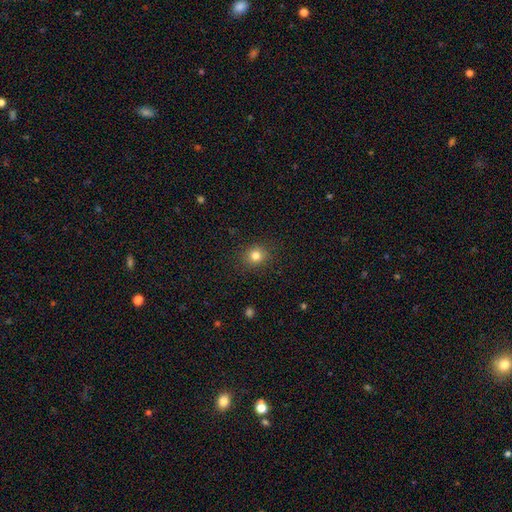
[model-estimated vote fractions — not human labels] This appears to be a smooth galaxy with no disk features (81%) that is round (83%). Merging: none (88%).